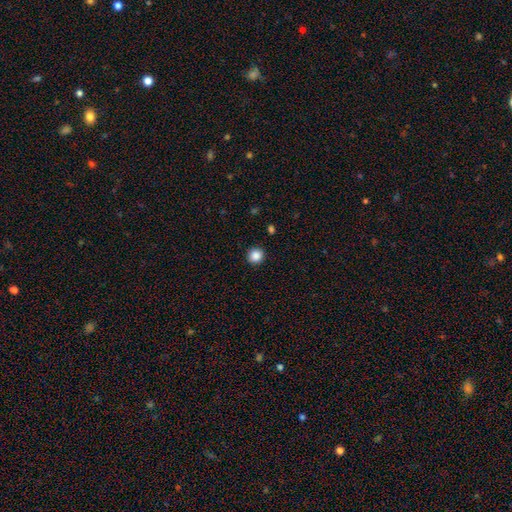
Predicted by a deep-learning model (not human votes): Smooth or featured? smooth (87%)
How rounded? round (92%)
Merging? none (92%)